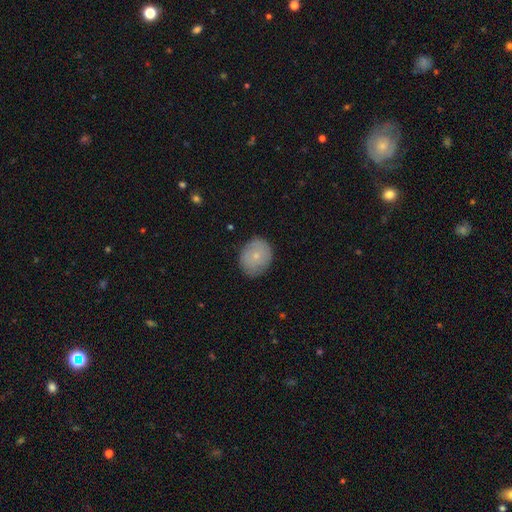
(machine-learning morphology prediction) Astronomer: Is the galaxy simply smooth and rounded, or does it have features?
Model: smooth — 69%.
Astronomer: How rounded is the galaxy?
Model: round — 63%.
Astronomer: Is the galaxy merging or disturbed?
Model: none — 81%.